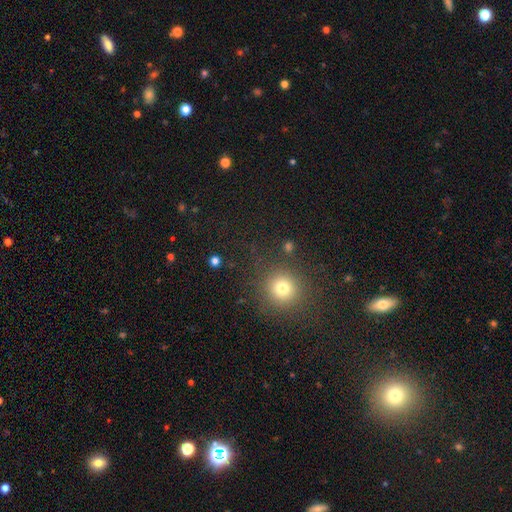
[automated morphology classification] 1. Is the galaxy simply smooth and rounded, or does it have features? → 55% smooth, 39% star or artifact, 6% featured or disk.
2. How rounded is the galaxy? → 92% round, 7% in between, 1% cigar-shaped.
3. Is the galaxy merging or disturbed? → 86% none, 7% minor disturbance, 4% major disturbance, 3% merger.